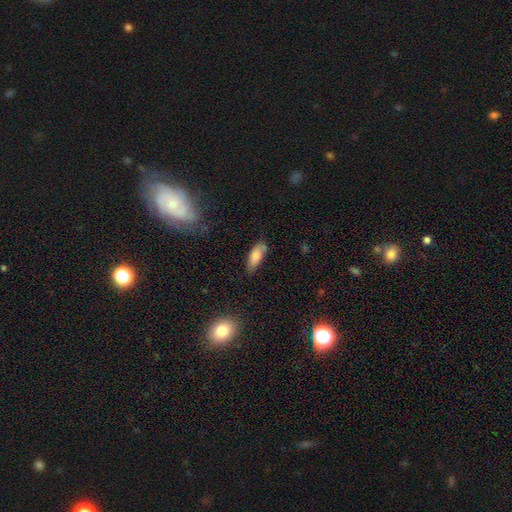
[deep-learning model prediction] This appears to be a smooth galaxy with no disk features (80%) that is in between round and cigar-shaped (75%). Merging: none (67%).